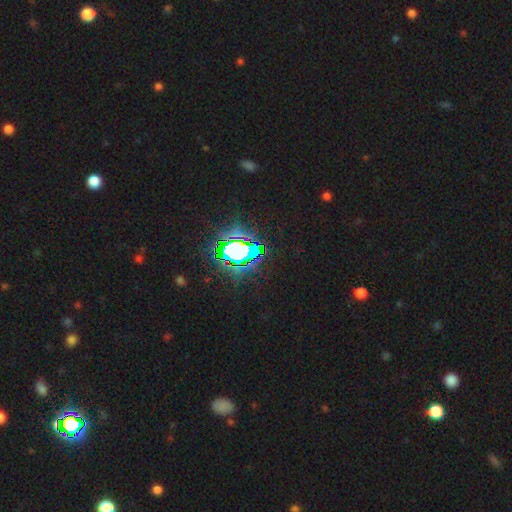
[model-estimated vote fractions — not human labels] Smooth or featured? Predicted: star or artifact (p=0.82).